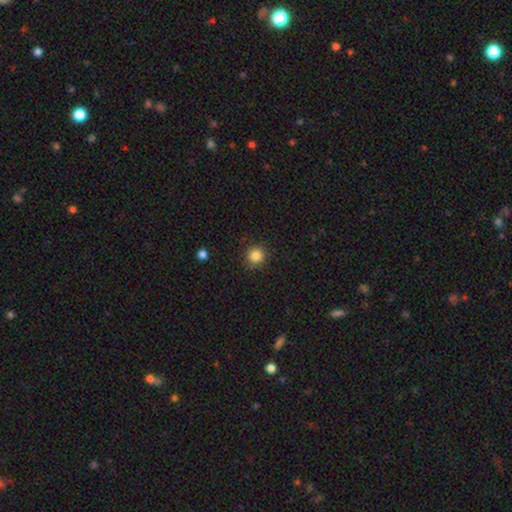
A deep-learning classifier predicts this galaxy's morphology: A smooth galaxy with no disk features (85%) that is round (94%). Merging: none (91%).